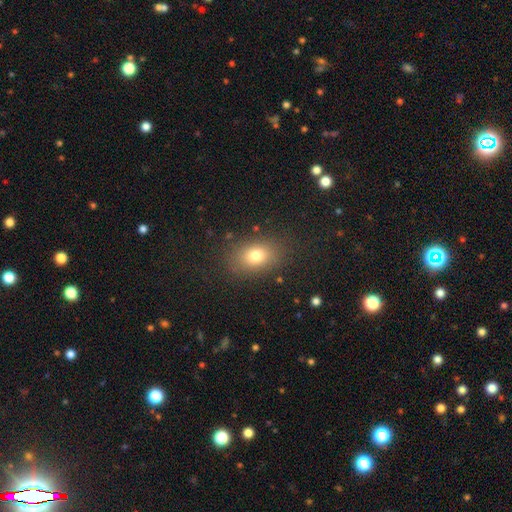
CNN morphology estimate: This is likely a smooth galaxy (77%). How rounded: likely in between (69%). Merging: clearly none (83%).